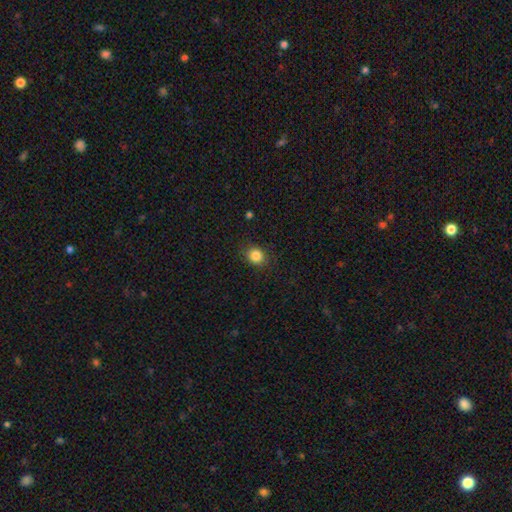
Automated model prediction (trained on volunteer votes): Smooth or featured? smooth (85%)
How rounded? round (77%)
Merging? none (86%)